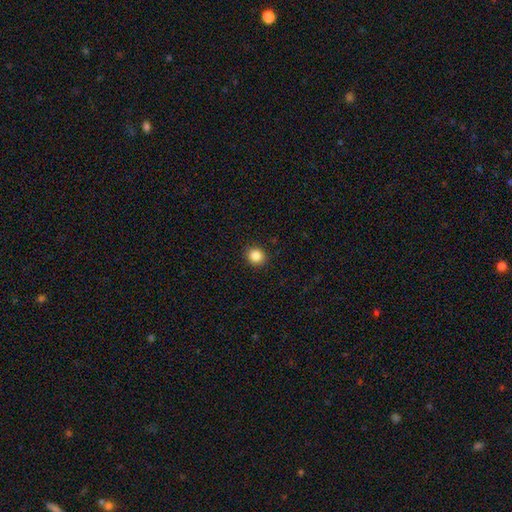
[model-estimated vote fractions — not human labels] Smooth or featured?
  - smooth: 86% *
  - star or artifact: 10%
  - featured or disk: 4%
How rounded?
  - round: 86% *
  - in between: 14%
  - cigar-shaped: 1%
Merging?
  - none: 92% *
  - minor disturbance: 6%
  - major disturbance: 2%
  - merger: 1%